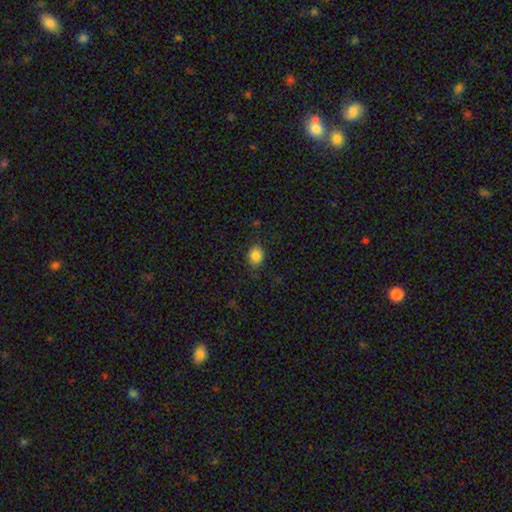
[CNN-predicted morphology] Smooth or featured? Predicted: smooth (p=0.86). How rounded? Predicted: in between (p=0.53). Merging? Predicted: none (p=0.83).